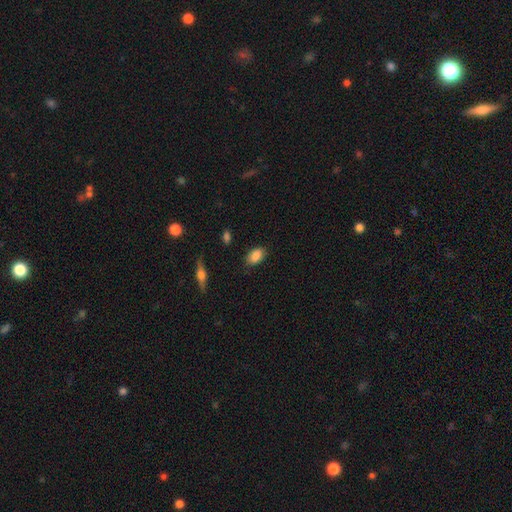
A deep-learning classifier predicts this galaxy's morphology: Smooth or featured? Predicted: smooth (p=0.86). How rounded? Predicted: in between (p=0.89). Merging? Predicted: none (p=0.85).